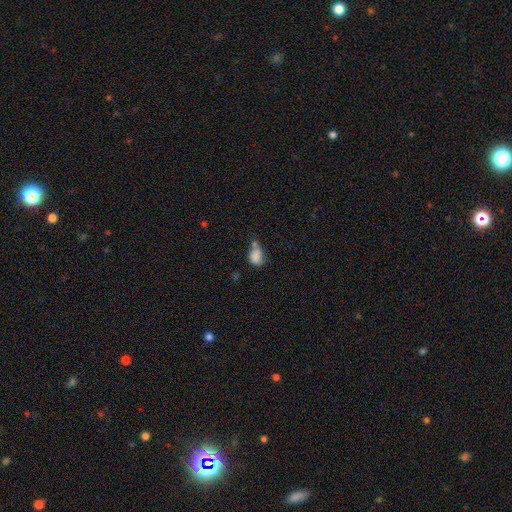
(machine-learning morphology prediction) smooth_or_featured: smooth (p=0.75) [alt: featured or disk p=0.14]
how_rounded: in between (p=0.71) [alt: round p=0.27]
merging: none (p=0.28) [alt: minor disturbance p=0.27]